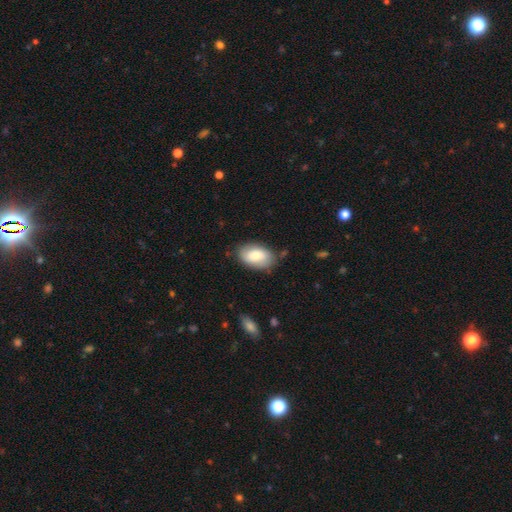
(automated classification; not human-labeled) The model was most divided on "smooth or featured": smooth: 70%, featured or disk: 23%, star or artifact: 6%. More confident: how rounded — in between (92%); merging — none (77%).